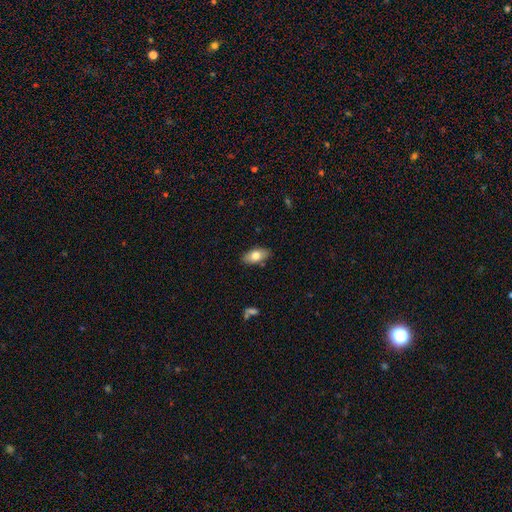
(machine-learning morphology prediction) This appears to be a smooth galaxy with no disk features (76%) that is in between round and cigar-shaped (90%). Merging: none (85%).